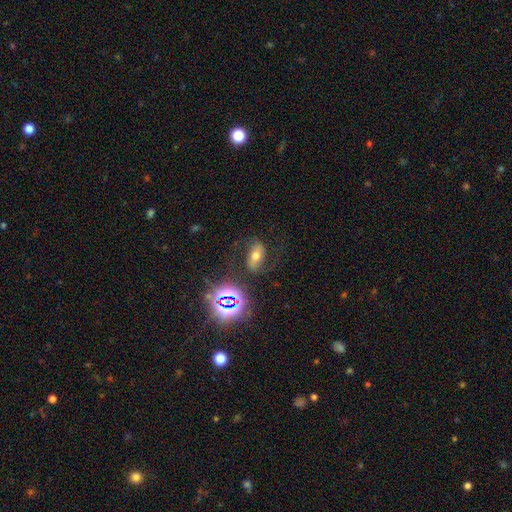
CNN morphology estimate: This appears to be a smooth galaxy with no disk features (37%). Merging: none (71%).